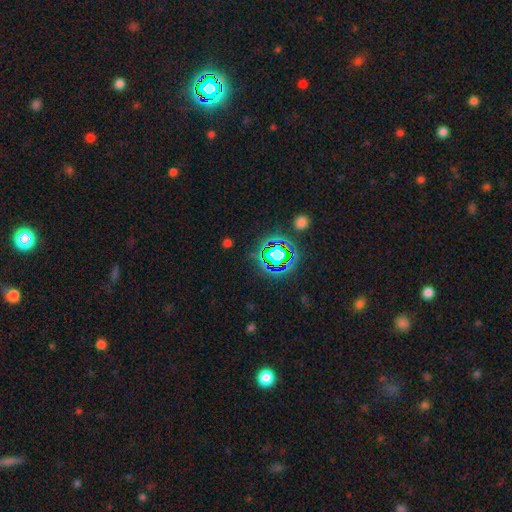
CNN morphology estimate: Smooth or featured?
  - star or artifact: 70% *
  - smooth: 20%
  - featured or disk: 10%